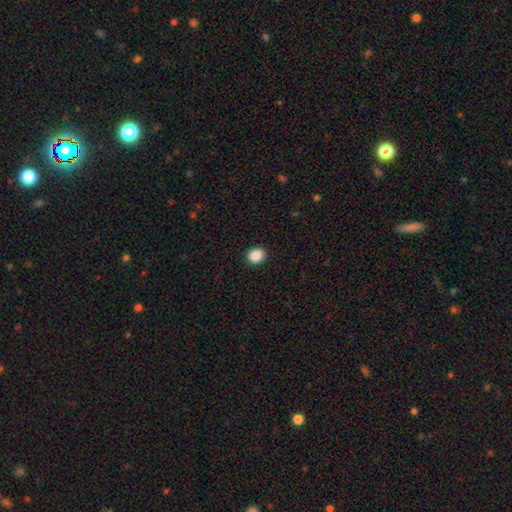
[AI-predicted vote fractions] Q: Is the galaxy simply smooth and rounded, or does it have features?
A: smooth — 89%.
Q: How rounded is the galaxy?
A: round — 63%.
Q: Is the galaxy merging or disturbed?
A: none — 92%.